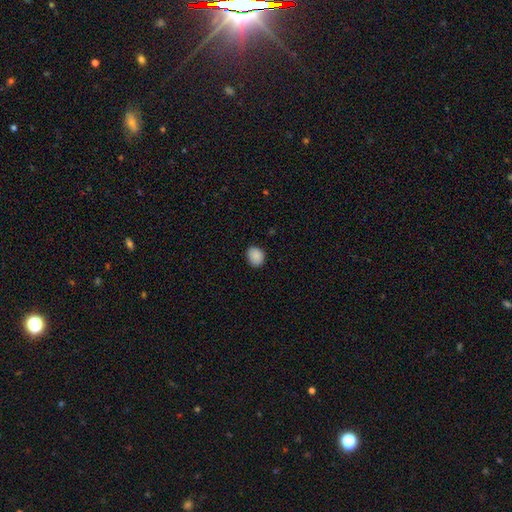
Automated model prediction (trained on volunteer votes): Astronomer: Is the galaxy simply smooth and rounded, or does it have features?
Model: smooth — 89%.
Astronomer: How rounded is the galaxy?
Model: round — 54% (runner-up: in between, 45%).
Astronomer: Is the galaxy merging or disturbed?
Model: none — 84%.